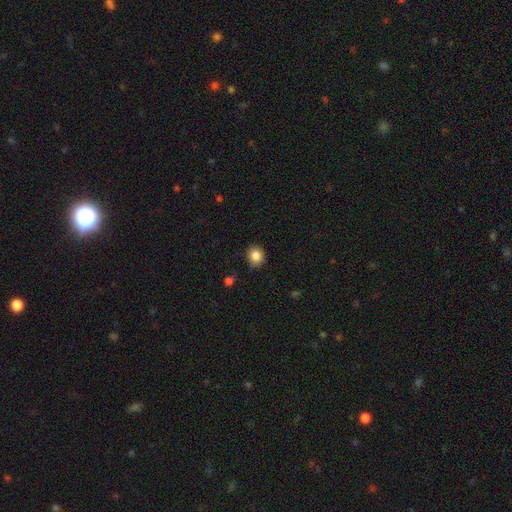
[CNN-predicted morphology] smooth_or_featured: smooth (p=0.84) [alt: star or artifact p=0.10]
how_rounded: round (p=0.81) [alt: in between p=0.18]
merging: none (p=0.82) [alt: minor disturbance p=0.14]